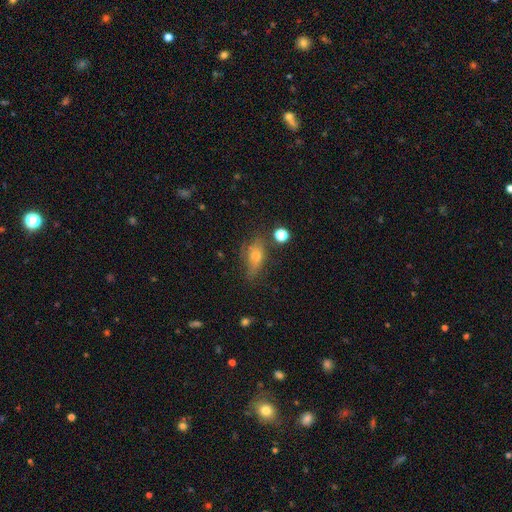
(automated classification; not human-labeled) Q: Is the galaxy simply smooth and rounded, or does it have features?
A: smooth — 48%.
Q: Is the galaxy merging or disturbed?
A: none — 62%.